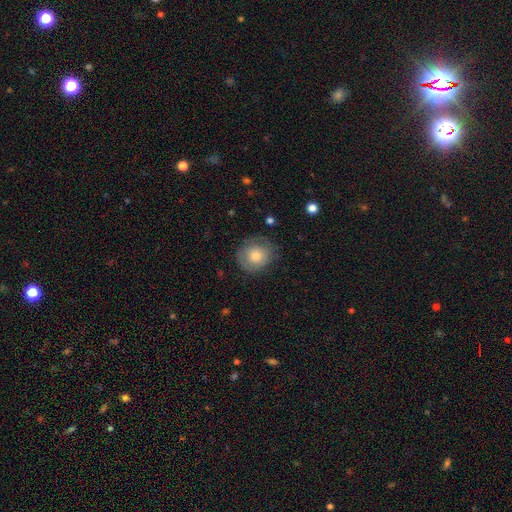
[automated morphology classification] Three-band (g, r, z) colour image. It shows a smooth galaxy with no disk features (67%) that is round (82%). Merging: none (76%).